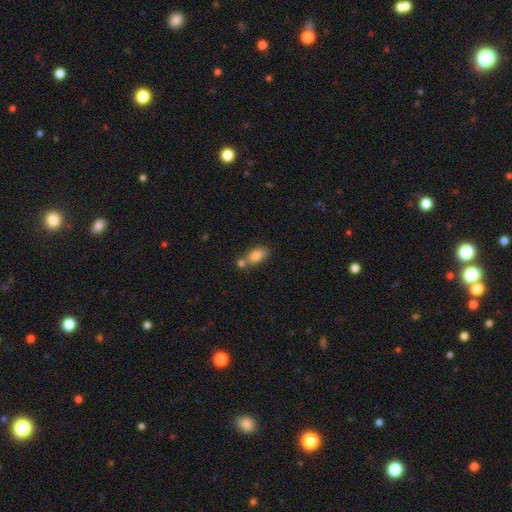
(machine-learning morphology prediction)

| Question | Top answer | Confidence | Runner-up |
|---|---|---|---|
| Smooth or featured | smooth | 81% | featured or disk (11%) |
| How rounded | in between | 86% | round (8%) |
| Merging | none | 48% | merger (35%) |